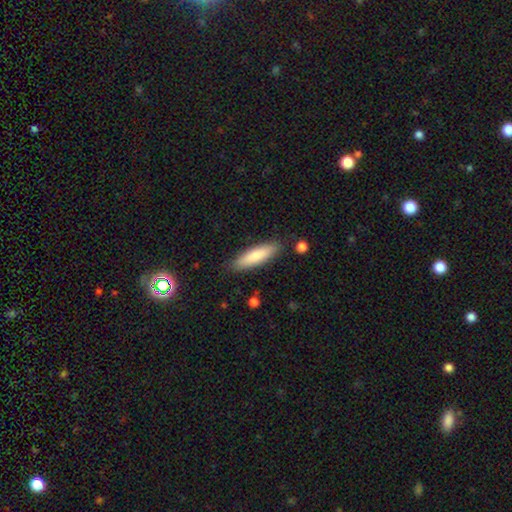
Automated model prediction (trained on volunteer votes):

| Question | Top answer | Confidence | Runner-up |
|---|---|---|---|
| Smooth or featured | smooth | 83% | featured or disk (12%) |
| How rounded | cigar-shaped | 63% | in between (35%) |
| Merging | none | 86% | minor disturbance (10%) |